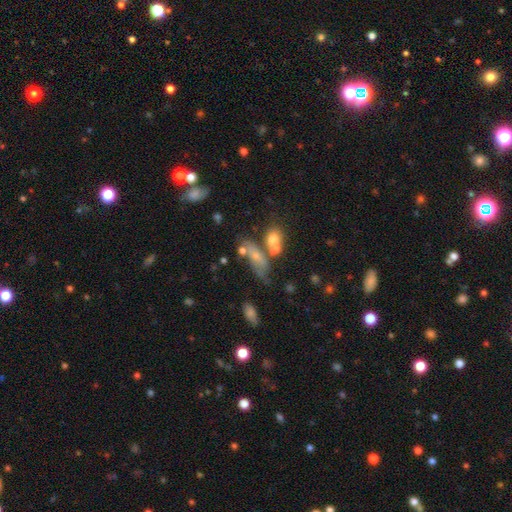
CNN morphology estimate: Overall: smooth (56%; featured or disk 32%). How rounded: in between (62%; cigar-shaped 26%). Merging: none (35%; merger 30%).